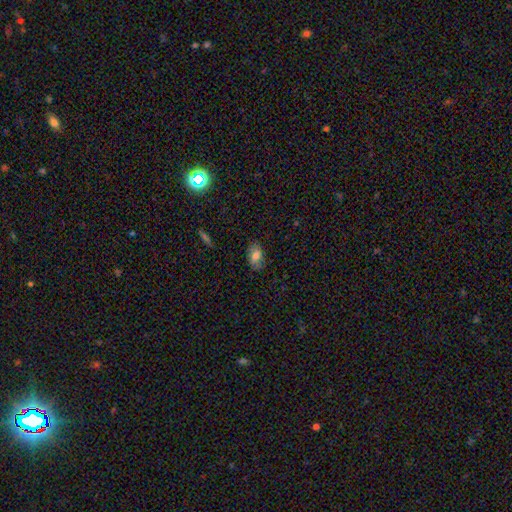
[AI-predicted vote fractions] A smooth galaxy with no disk features (78%) that is in between round and cigar-shaped (90%).

Vote fractions:
- Smooth or featured? smooth: 78% / featured or disk: 13% / star or artifact: 9%
- How rounded? in between: 90% / round: 8% / cigar-shaped: 2%
- Merging? none: 82% / minor disturbance: 14% / major disturbance: 3% / merger: 1%